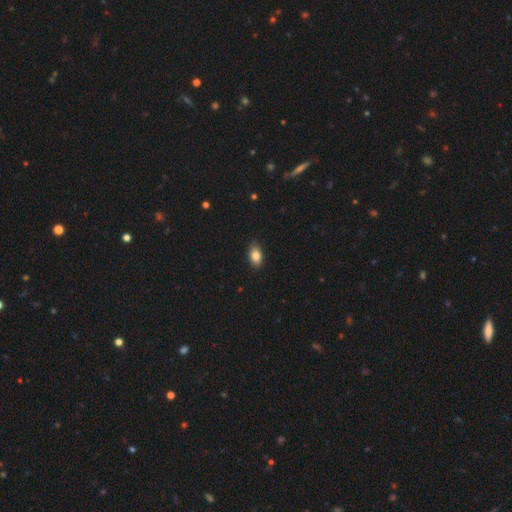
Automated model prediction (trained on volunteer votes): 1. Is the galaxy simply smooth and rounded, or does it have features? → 84% smooth, 8% featured or disk, 8% star or artifact.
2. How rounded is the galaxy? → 90% in between, 7% round, 3% cigar-shaped.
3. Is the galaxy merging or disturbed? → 85% none, 12% minor disturbance, 2% major disturbance, 1% merger.